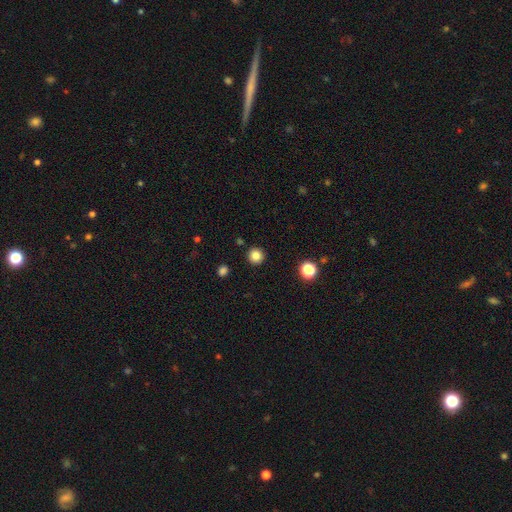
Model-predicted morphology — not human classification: Smooth or featured?
  - smooth: 84% *
  - star or artifact: 12%
  - featured or disk: 4%
How rounded?
  - round: 95% *
  - in between: 4%
  - cigar-shaped: 1%
Merging?
  - none: 92% *
  - minor disturbance: 5%
  - major disturbance: 2%
  - merger: 1%